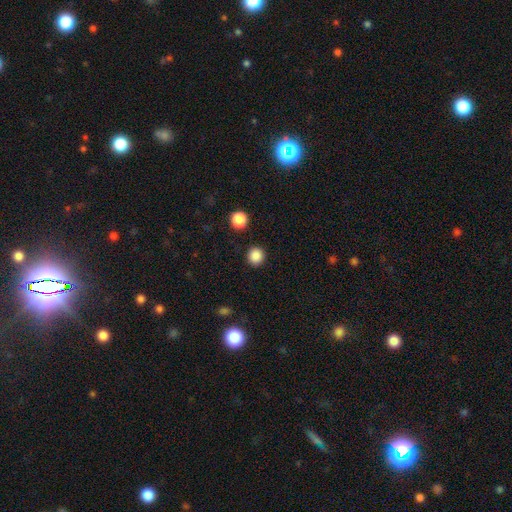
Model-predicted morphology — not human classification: A smooth galaxy with no disk features (86%) that is round (91%). Merging: none (91%).